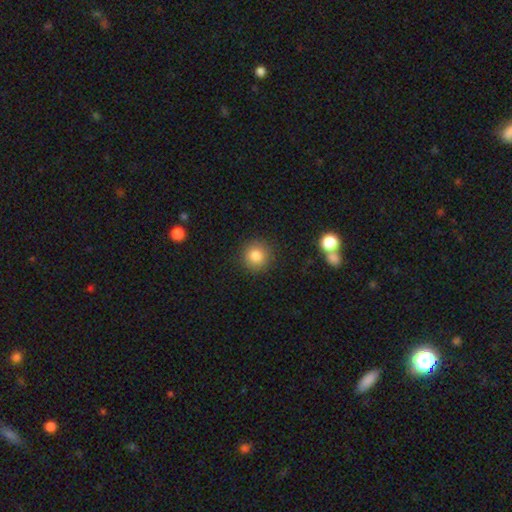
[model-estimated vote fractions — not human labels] Smooth or featured? smooth (82%)
How rounded? round (93%)
Merging? none (89%)